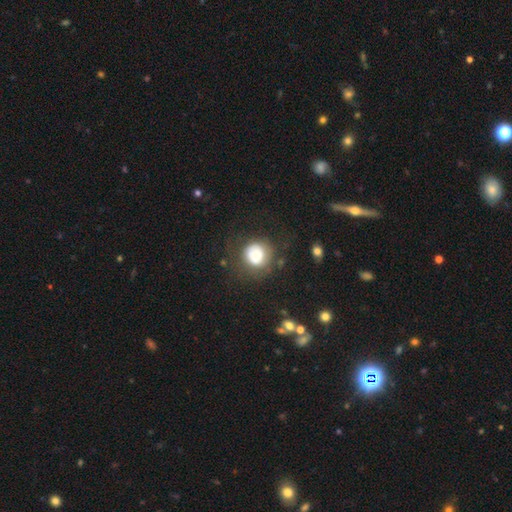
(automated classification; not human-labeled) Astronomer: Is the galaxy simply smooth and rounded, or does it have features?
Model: smooth — 71%.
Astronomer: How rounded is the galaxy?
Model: round — 90%.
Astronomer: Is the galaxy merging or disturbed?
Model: none — 65%.